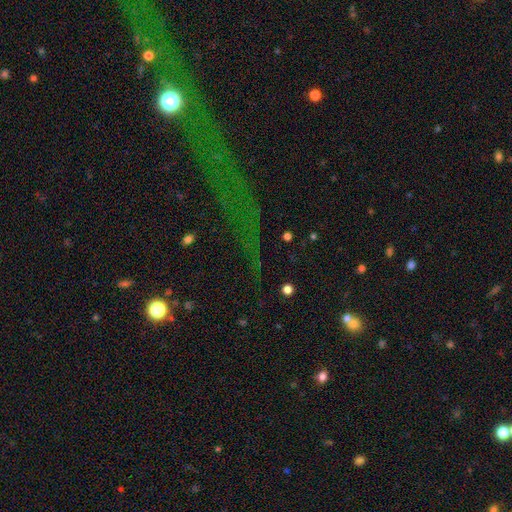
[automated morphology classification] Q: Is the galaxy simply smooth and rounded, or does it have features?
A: star or artifact — 73%.